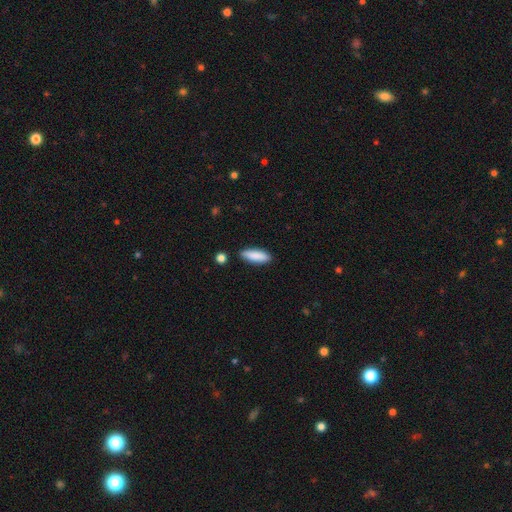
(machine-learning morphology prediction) smooth 87%, featured or disk 7%, star or artifact 6%. Down the decision tree: how rounded — in between (50%); merging — none (86%).